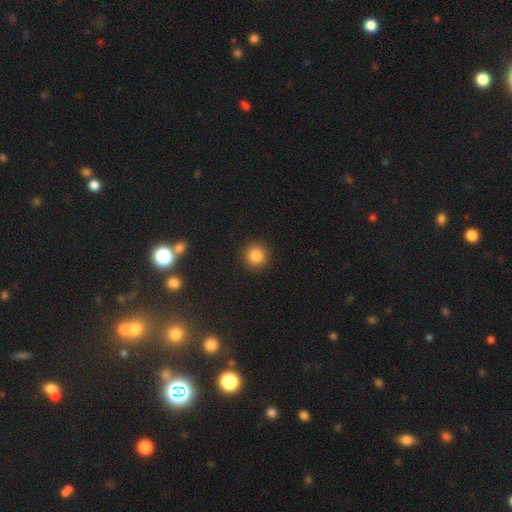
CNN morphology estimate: smooth 85%, star or artifact 11%, featured or disk 4%. Down the decision tree: how rounded — round (94%); merging — none (92%).